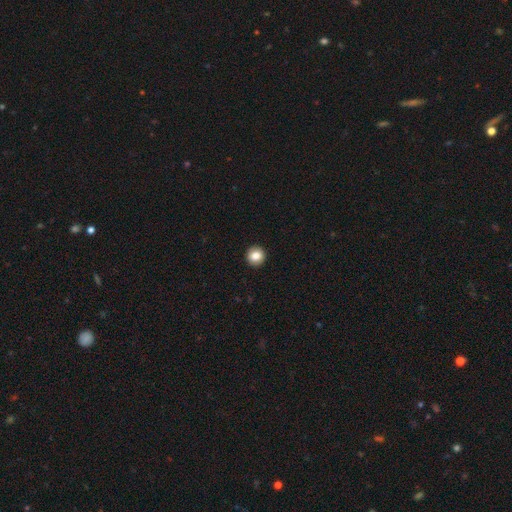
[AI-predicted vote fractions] Overall: smooth (83%). How rounded: round (93%). Merging: none (93%).